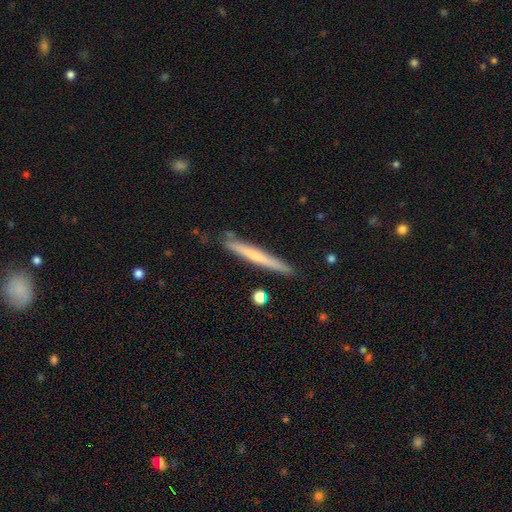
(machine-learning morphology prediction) Smooth or featured?
  - smooth: 52% *
  - featured or disk: 42%
  - star or artifact: 6%
How rounded?
  - cigar-shaped: 97% *
  - in between: 2%
  - round: 1%
Merging?
  - none: 85% *
  - minor disturbance: 11%
  - merger: 2%
  - major disturbance: 2%